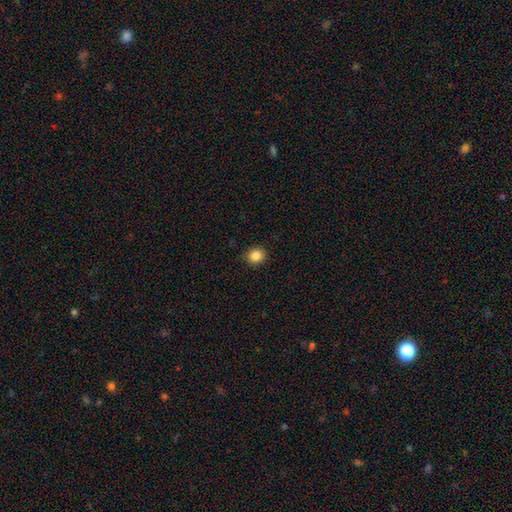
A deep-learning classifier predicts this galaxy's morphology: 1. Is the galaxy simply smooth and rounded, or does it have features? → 85% smooth, 11% star or artifact, 4% featured or disk.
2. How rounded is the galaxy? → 85% round, 14% in between, 1% cigar-shaped.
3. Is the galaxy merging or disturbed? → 89% none, 8% minor disturbance, 2% major disturbance, 1% merger.